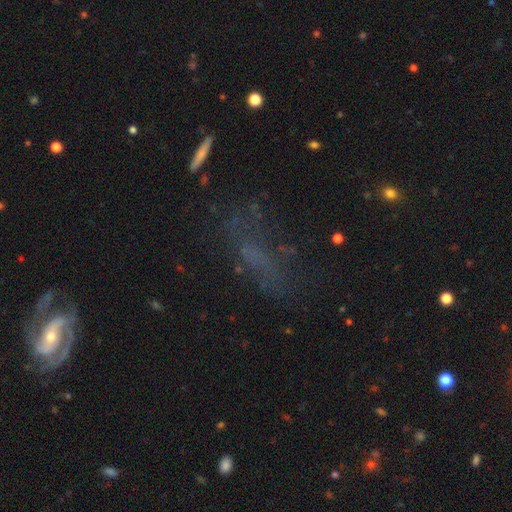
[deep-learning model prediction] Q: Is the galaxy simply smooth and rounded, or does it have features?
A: featured or disk — 43%.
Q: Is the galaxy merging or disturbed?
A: none — 49%.